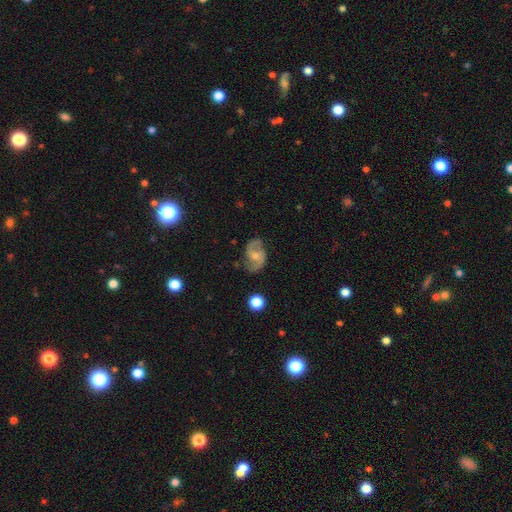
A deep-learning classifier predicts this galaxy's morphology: Overall: featured or disk (77%). Edge-on disk: no (97%). Bar: weak (46%; no 44%). Spiral arms: yes (93%). Spiral arm count: 2 (90%). Spiral winding: medium (49%; loose 35%). Bulge size: moderate (45%; small 42%). Merging: none (73%).